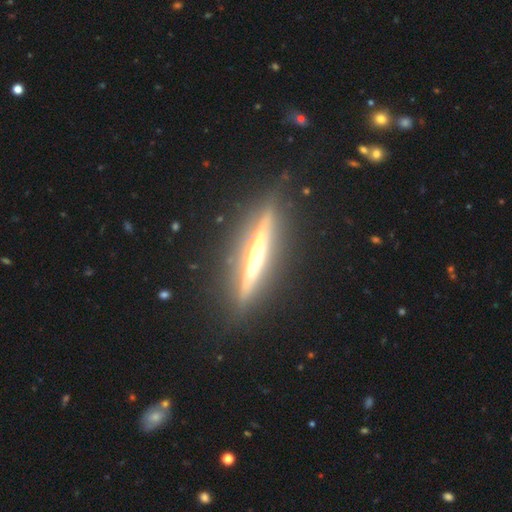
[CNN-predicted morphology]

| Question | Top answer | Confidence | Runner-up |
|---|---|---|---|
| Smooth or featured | featured or disk | 82% | smooth (12%) |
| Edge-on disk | yes | 96% | no (4%) |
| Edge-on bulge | rounded | 77% | none (14%) |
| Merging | none | 86% | minor disturbance (9%) |